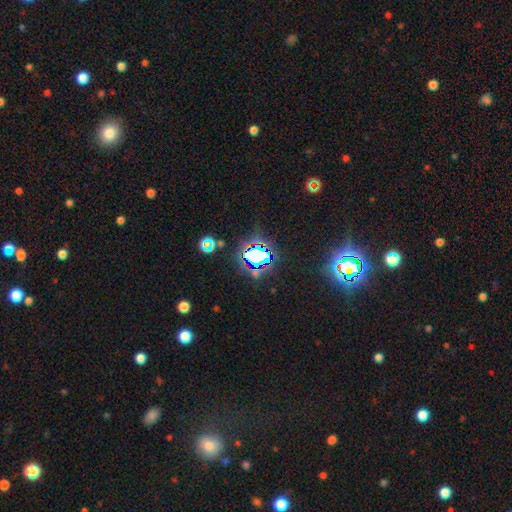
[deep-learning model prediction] A star or artifact, not a galaxy (62%).

Vote fractions:
- Smooth or featured? star or artifact: 62% / smooth: 25% / featured or disk: 13%